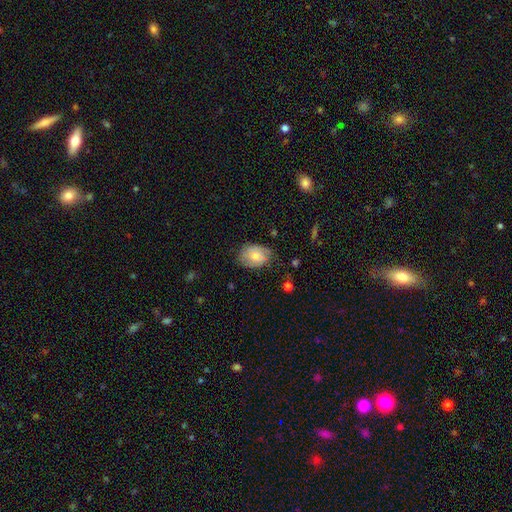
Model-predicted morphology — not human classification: Overall: smooth (61%; featured or disk 32%). How rounded: in between (70%). Merging: none (60%; minor disturbance 30%).